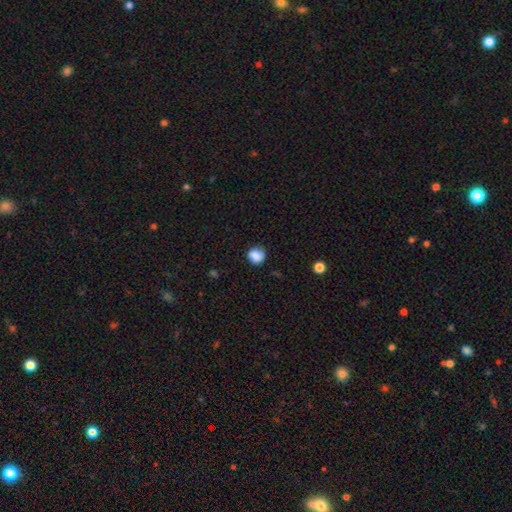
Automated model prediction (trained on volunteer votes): Smooth or featured: smooth — 86% (star or artifact — 9%)
How rounded: round — 84% (in between — 15%)
Merging: none — 77% (minor disturbance — 18%)